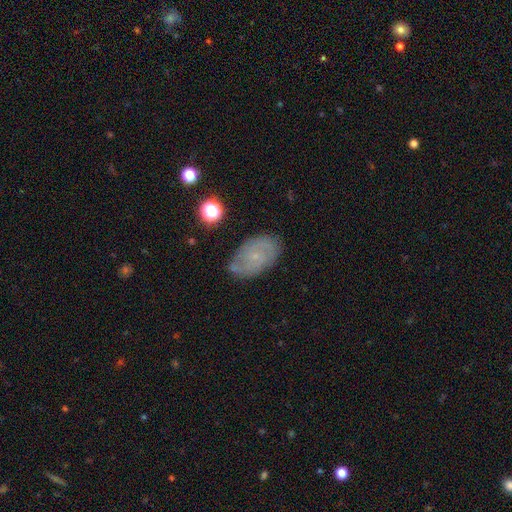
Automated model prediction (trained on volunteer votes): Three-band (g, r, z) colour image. It shows a featured or disk galaxy (62%) with no bar (69%), spiral arms (83%) and a small central bulge (81%). Merging: none (74%).